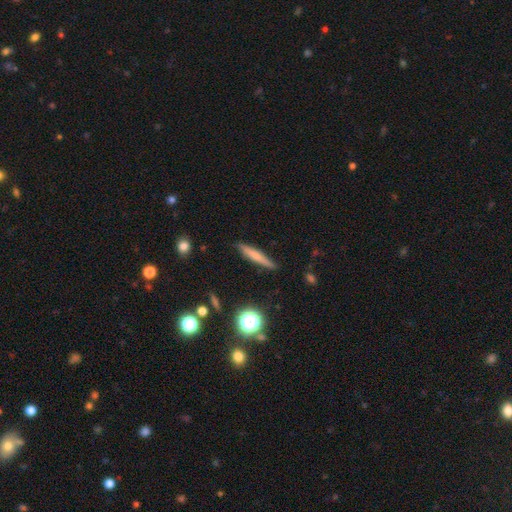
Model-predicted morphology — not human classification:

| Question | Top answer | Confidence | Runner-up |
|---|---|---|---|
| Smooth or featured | smooth | 61% | featured or disk (30%) |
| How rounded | cigar-shaped | 91% | in between (6%) |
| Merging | none | 86% | minor disturbance (10%) |